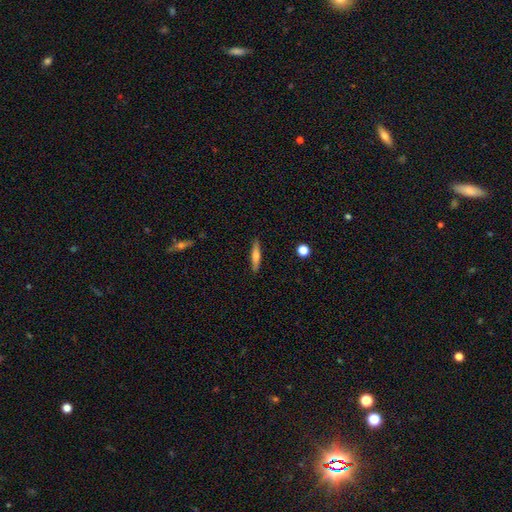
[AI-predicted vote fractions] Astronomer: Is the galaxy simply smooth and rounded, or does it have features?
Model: smooth — 58% (runner-up: featured or disk, 35%).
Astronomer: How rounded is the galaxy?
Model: cigar-shaped — 86%.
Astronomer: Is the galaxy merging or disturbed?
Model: none — 89%.